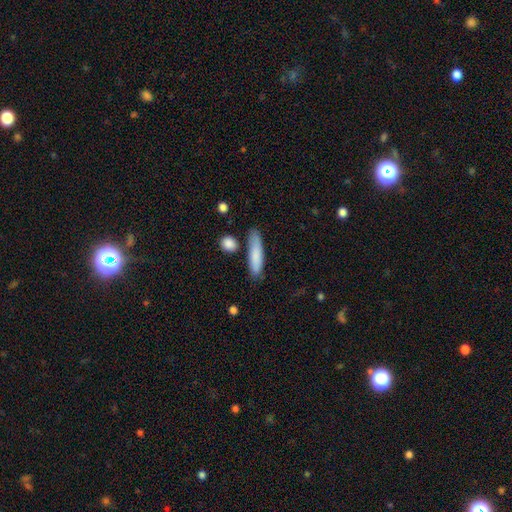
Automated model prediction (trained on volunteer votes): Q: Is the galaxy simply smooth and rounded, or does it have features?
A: smooth — 82%.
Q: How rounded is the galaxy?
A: cigar-shaped — 79%.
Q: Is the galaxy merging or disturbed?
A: none — 78%.